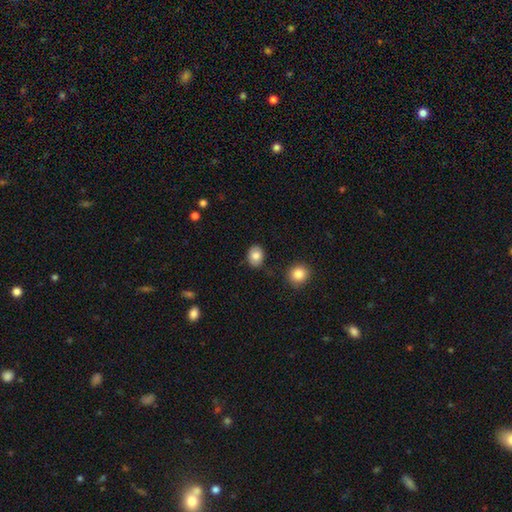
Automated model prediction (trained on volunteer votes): smooth 83%, star or artifact 9%, featured or disk 8%. Down the decision tree: how rounded — in between (55%); merging — none (83%).